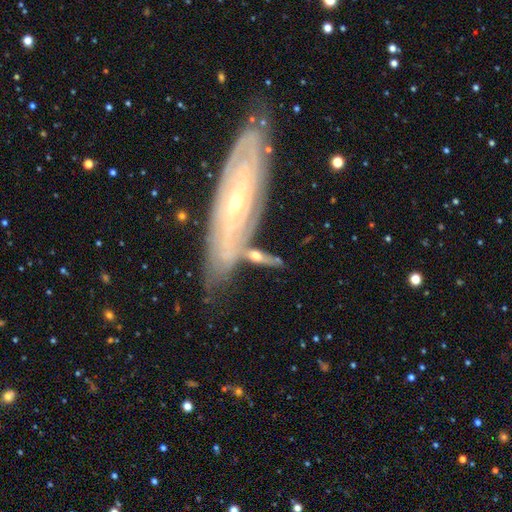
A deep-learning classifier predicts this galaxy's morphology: Q: Smooth or featured?
A: featured or disk (57%); runner-up: smooth (35%)
Q: Edge-on disk?
A: no (50%); tied with: yes (50%)
Q: Merging?
A: none (42%); runner-up: merger (31%)